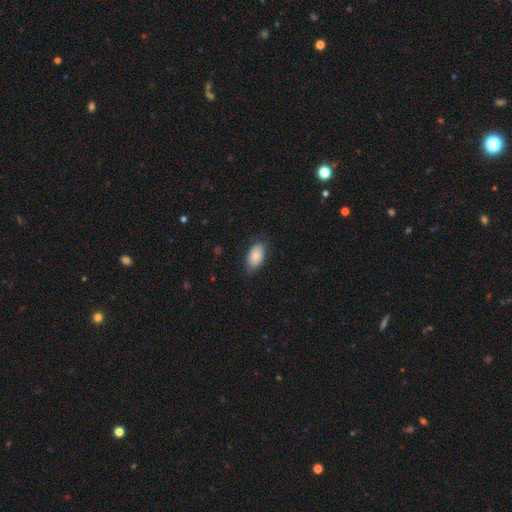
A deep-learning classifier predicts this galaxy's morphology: The model was most divided on "merging": none: 80%, minor disturbance: 15%, major disturbance: 3%, merger: 1%. More confident: how rounded — in between (94%); smooth or featured — smooth (85%).